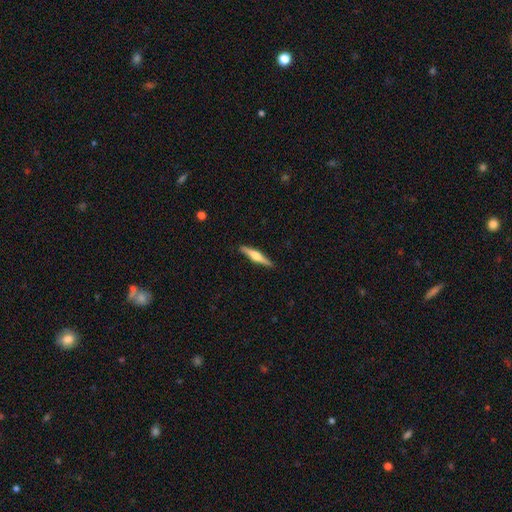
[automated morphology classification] type=featured or disk (60%); edge-on=yes (97%); edge-on bulge=rounded (88%); merging=none (90%).